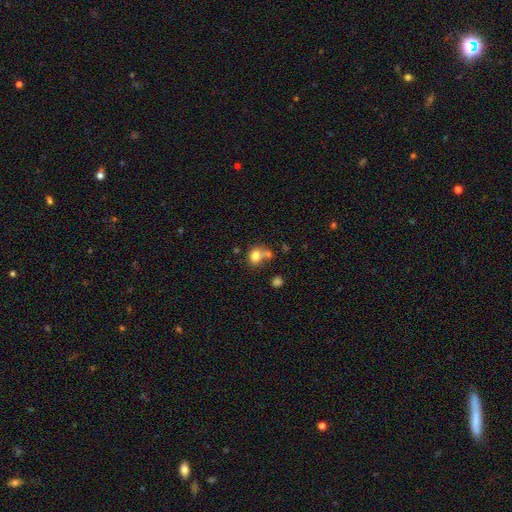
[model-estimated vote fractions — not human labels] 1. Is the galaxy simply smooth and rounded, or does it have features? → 77% smooth, 11% star or artifact, 11% featured or disk.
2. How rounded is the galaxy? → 51% round, 48% in between, 1% cigar-shaped.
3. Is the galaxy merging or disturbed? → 39% none (tied), 39% merger (tied), 14% minor disturbance, 8% major disturbance.